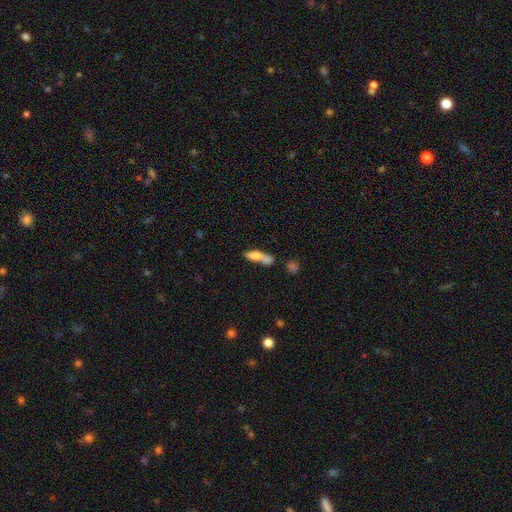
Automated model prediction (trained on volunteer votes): Overall: smooth (70%). How rounded: cigar-shaped (52%; in between 45%). Merging: merger (48%; none 31%).